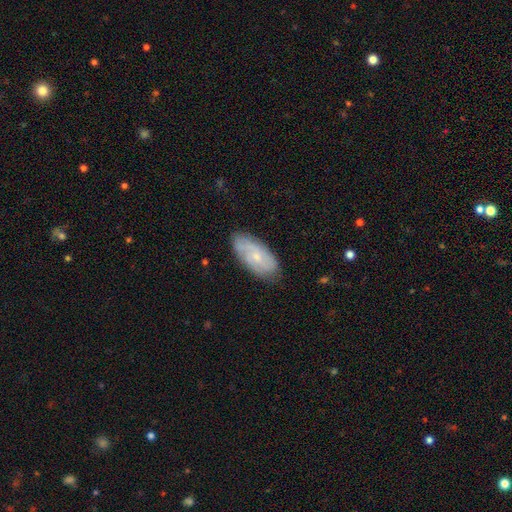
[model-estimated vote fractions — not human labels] Q: Smooth or featured?
A: featured or disk (57%); runner-up: smooth (36%)
Q: Edge-on disk?
A: no (92%); runner-up: yes (8%)
Q: Bar?
A: no (68%); runner-up: weak (28%)
Q: Spiral arms?
A: yes (84%); runner-up: no (16%)
Q: Bulge size?
A: small (68%); runner-up: moderate (25%)
Q: Merging?
A: none (76%); runner-up: minor disturbance (19%)